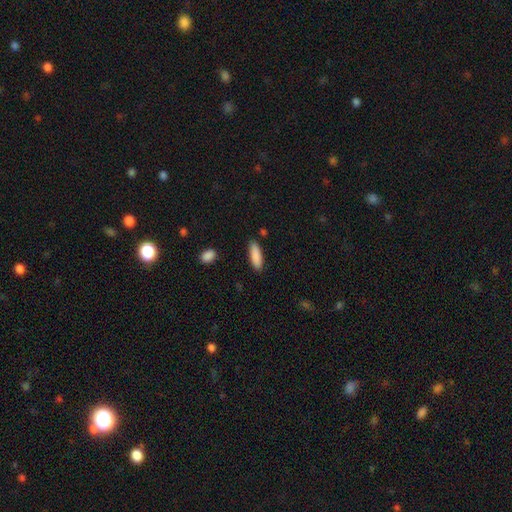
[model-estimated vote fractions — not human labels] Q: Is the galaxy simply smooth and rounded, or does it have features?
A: smooth — 88%.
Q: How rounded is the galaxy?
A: in between — 52%.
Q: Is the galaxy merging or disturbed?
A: none — 87%.